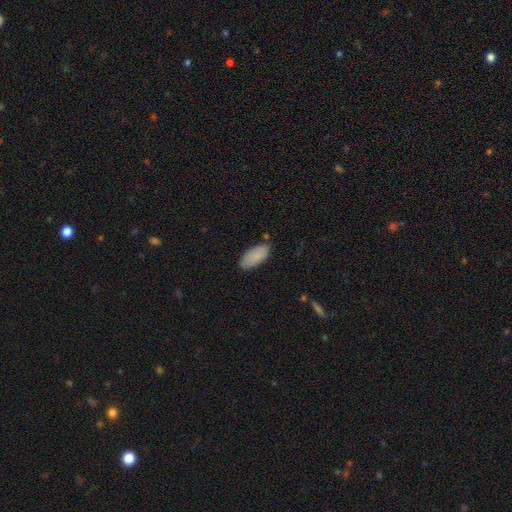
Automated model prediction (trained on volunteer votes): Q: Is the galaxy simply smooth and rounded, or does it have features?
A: smooth — 87%.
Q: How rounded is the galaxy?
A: in between — 88%.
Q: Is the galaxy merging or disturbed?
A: none — 78%.